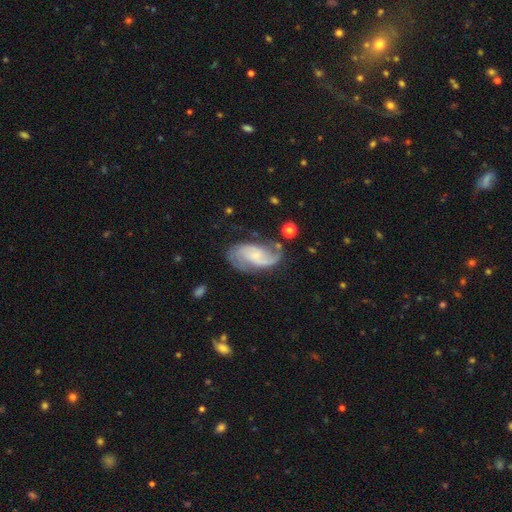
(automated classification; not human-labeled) A featured or disk galaxy (82%) with no bar (58%), 2 (79%) medium (47%) spiral arms (95%) and a small central bulge (71%).

Vote fractions:
- Smooth or featured? featured or disk: 82% / smooth: 12% / star or artifact: 6%
- Edge-on disk? no: 97% / yes: 3%
- Bar? no: 58% / weak: 34% / strong: 9%
- Spiral arms? yes: 95% / no: 5%
- Spiral winding? medium: 47% / loose: 30% / tight: 23%
- Spiral arm count? 2: 79% / can't tell: 8% / 1: 5% / 3: 4% / 4: 2% / more than 4: 2%
- Bulge size? small: 71% / moderate: 16% / none: 9% / large: 2% / dominant: 1%
- Merging? none: 64% / minor disturbance: 21% / major disturbance: 12% / merger: 3%